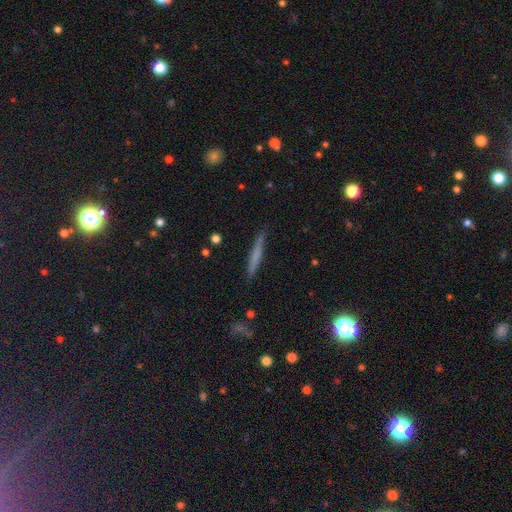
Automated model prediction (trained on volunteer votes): A smooth galaxy with no disk features (61%) that is cigar-shaped (95%).

Vote fractions:
- Smooth or featured? smooth: 61% / featured or disk: 32% / star or artifact: 8%
- How rounded? cigar-shaped: 95% / in between: 3% / round: 2%
- Merging? none: 88% / minor disturbance: 9% / major disturbance: 2% / merger: 1%